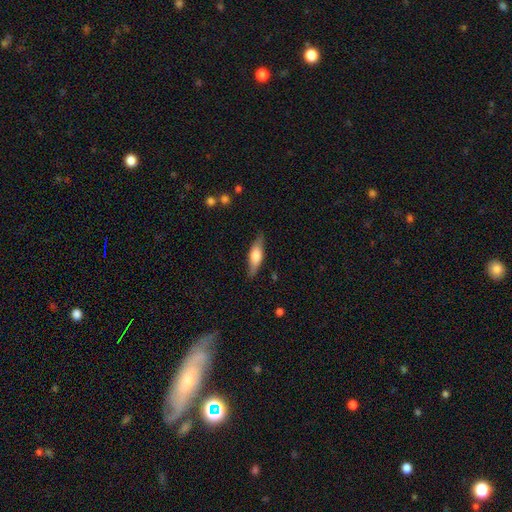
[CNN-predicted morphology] Smooth or featured?
  - smooth: 54% *
  - featured or disk: 40%
  - star or artifact: 6%
How rounded?
  - cigar-shaped: 50% *
  - in between: 47%
  - round: 3%
Merging?
  - none: 82% *
  - minor disturbance: 13%
  - major disturbance: 3%
  - merger: 1%